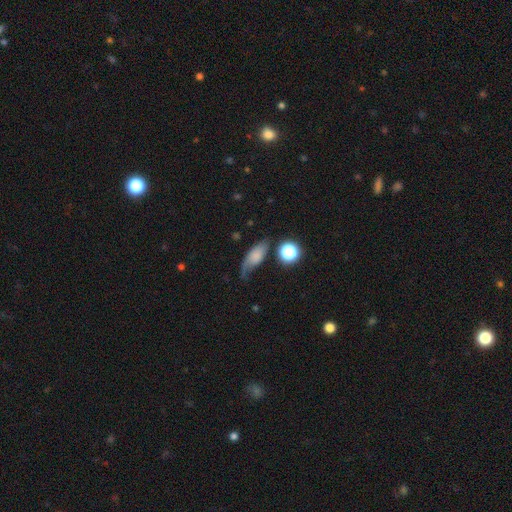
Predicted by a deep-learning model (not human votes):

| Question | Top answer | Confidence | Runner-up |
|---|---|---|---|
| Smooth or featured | smooth | 61% | featured or disk (28%) |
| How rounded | in between | 75% | round (13%) |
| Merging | none | 42% | minor disturbance (32%) |